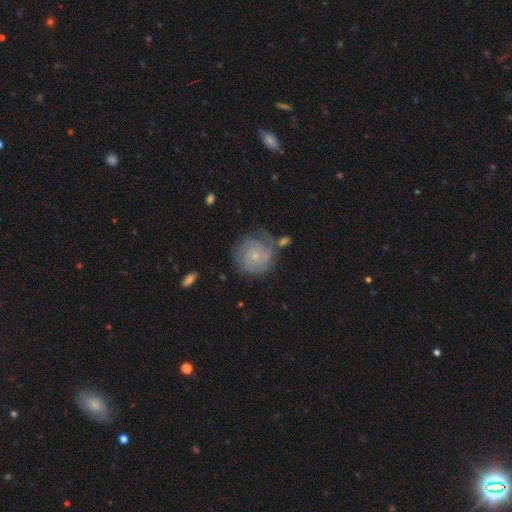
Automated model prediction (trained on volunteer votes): The model was most divided on "smooth or featured": featured or disk: 51%, smooth: 41%, star or artifact: 8%. More confident: edge-on disk — no (97%); merging — none (58%).